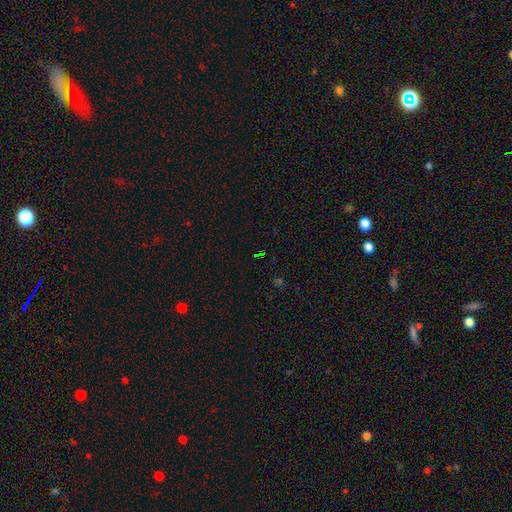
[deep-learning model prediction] Smooth or featured? star or artifact (73%)